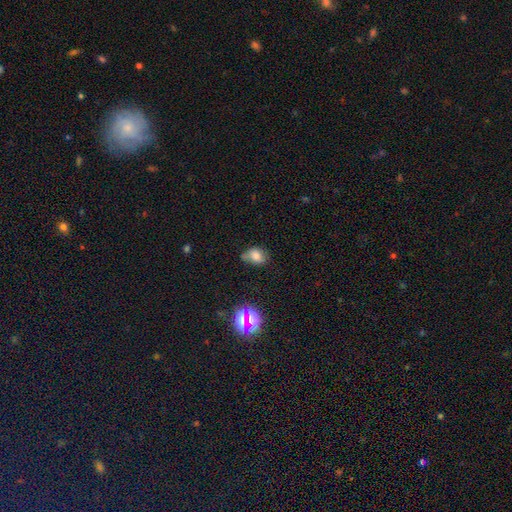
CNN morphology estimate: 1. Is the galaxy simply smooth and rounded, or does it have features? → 72% smooth, 15% star or artifact, 12% featured or disk.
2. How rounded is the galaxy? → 71% in between, 27% round, 1% cigar-shaped.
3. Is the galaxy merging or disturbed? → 49% none, 35% minor disturbance, 10% major disturbance, 6% merger.